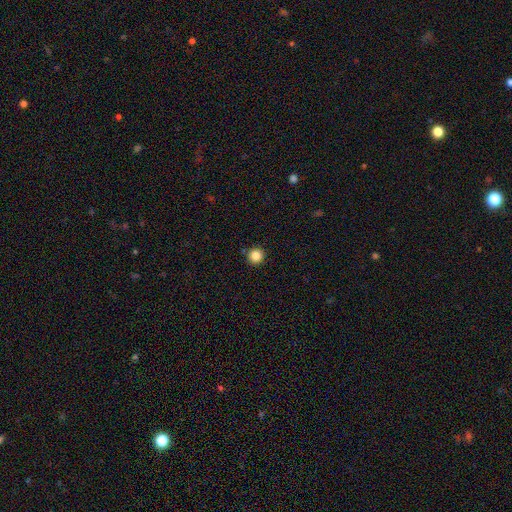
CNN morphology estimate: This is clearly a smooth galaxy (85%). How rounded: clearly round (96%). Merging: clearly none (91%).